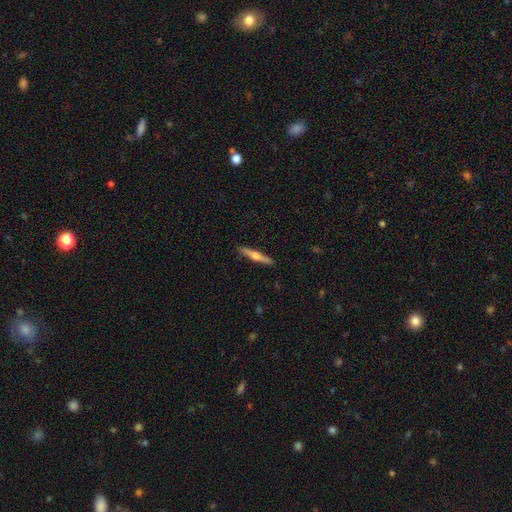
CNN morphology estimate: type=featured or disk (61%); edge-on=yes (97%); edge-on bulge=rounded (89%); merging=none (91%).